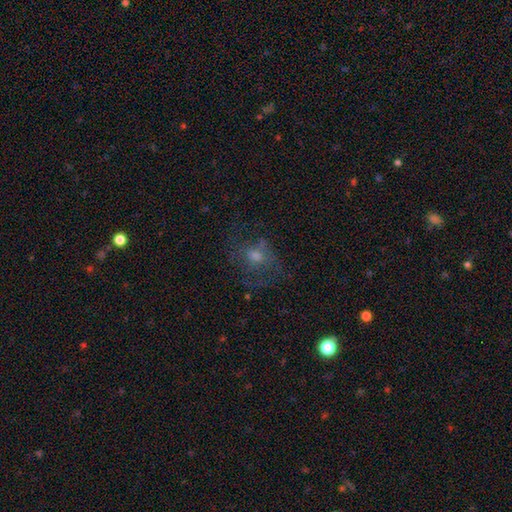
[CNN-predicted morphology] A featured or disk galaxy (40%).

Vote fractions:
- Smooth or featured? featured or disk: 40% / smooth: 38% / star or artifact: 23%
- Merging? none: 54% / major disturbance: 24% / minor disturbance: 19% / merger: 3%